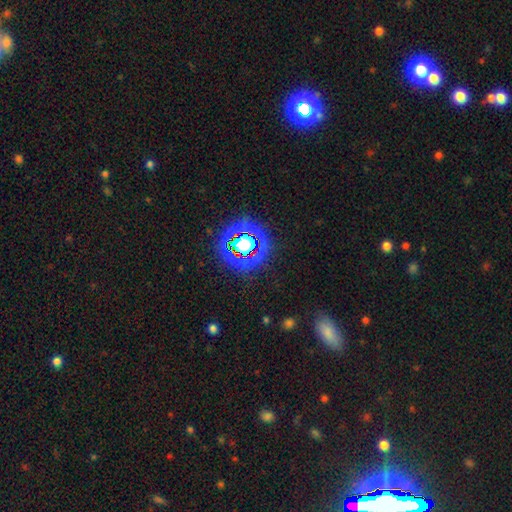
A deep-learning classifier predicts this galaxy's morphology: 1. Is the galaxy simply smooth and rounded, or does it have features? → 76% star or artifact, 15% smooth, 9% featured or disk.